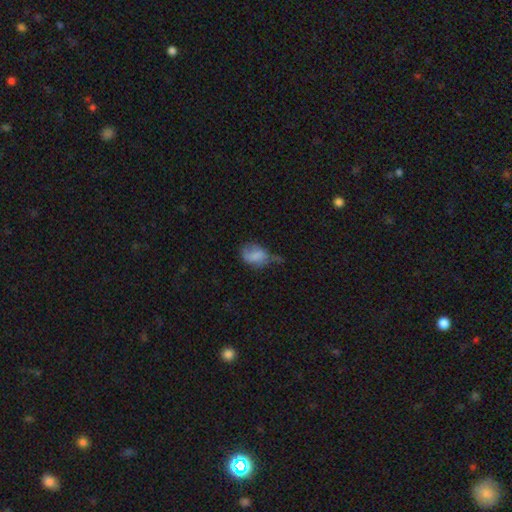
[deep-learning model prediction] smooth_or_featured: smooth (p=0.70) [alt: featured or disk p=0.20]
how_rounded: in between (p=0.73) [alt: round p=0.25]
merging: minor disturbance (p=0.37) [alt: major disturbance p=0.30]